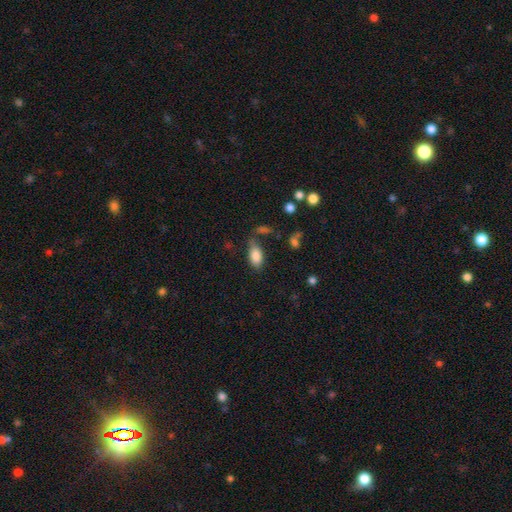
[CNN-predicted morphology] A smooth galaxy with no disk features (83%) that is in between round and cigar-shaped (91%).

Vote fractions:
- Smooth or featured? smooth: 83% / featured or disk: 9% / star or artifact: 8%
- How rounded? in between: 91% / cigar-shaped: 6% / round: 3%
- Merging? none: 65% / minor disturbance: 21% / merger: 7% / major disturbance: 7%